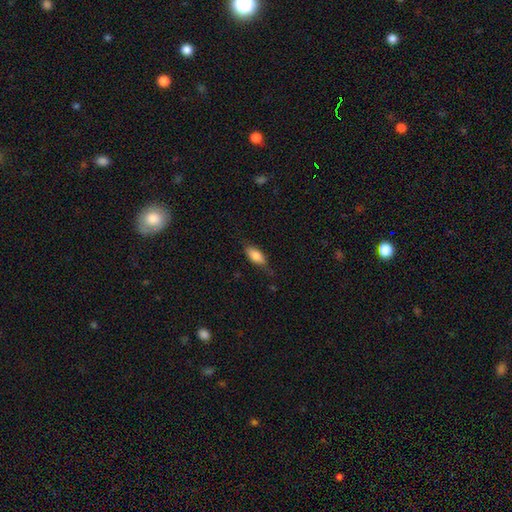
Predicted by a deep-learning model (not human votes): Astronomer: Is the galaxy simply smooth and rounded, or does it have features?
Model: smooth — 78%.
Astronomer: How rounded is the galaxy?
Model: in between — 83%.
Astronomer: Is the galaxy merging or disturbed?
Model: none — 68%.